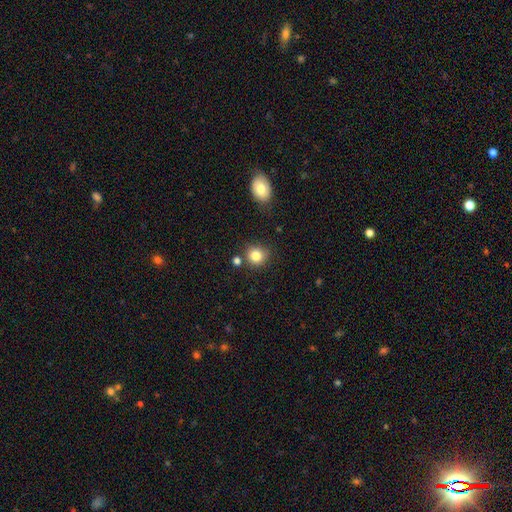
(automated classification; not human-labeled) This appears to be a smooth galaxy with no disk features (83%) that is round (87%). Merging: none (77%).